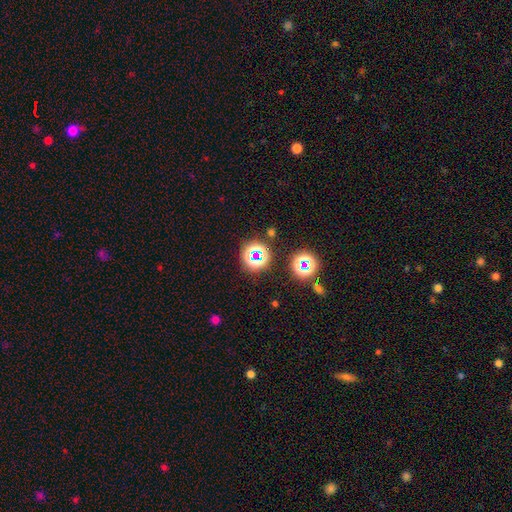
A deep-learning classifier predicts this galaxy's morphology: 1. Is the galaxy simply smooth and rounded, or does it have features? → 64% star or artifact, 26% smooth, 10% featured or disk.